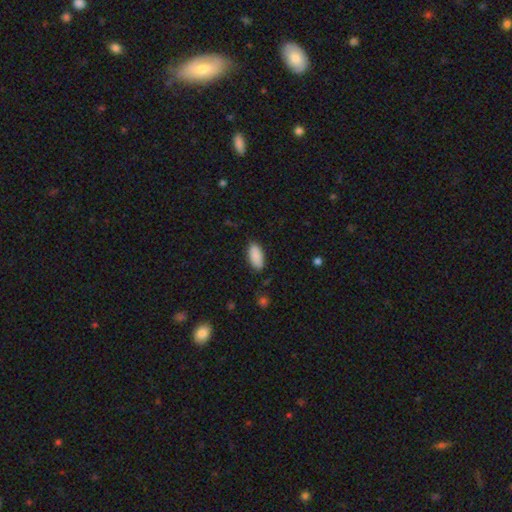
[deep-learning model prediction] Smooth or featured? smooth (90%)
How rounded? in between (91%)
Merging? none (85%)